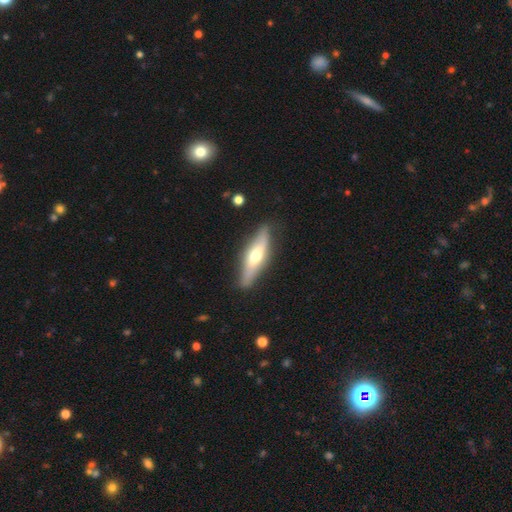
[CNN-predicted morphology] Smooth or featured: featured or disk — 53% (smooth — 42%)
Edge-on disk: yes — 78% (no — 22%)
Merging: none — 80% (minor disturbance — 15%)